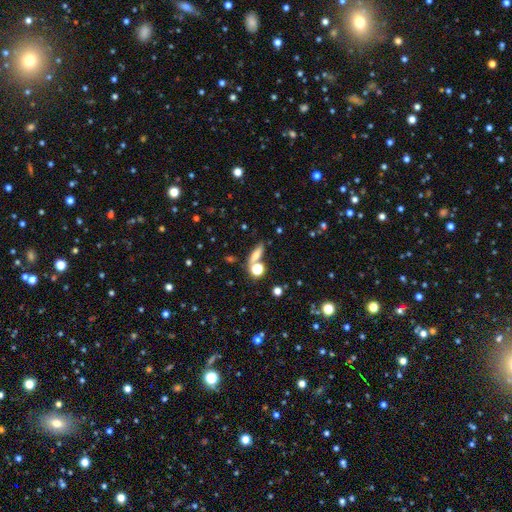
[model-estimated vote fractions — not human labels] Smooth or featured? Predicted: smooth (p=0.62). How rounded? Predicted: in between (p=0.46). Merging? Predicted: none (p=0.60).